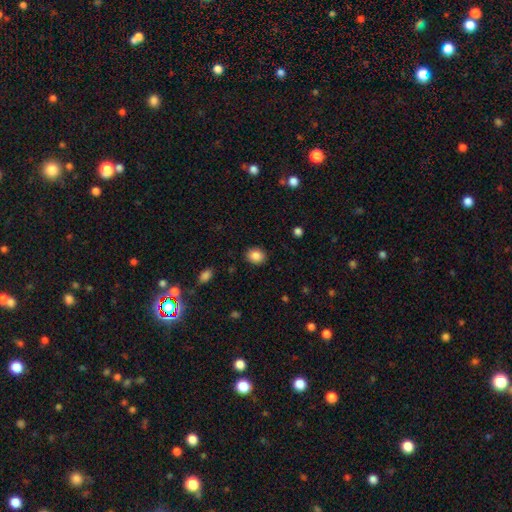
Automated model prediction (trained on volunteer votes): Smooth or featured: smooth — 86% (star or artifact — 9%)
How rounded: round — 59% (in between — 40%)
Merging: none — 89% (minor disturbance — 8%)